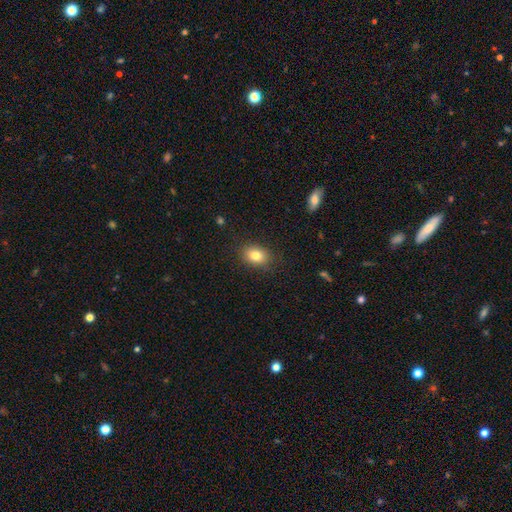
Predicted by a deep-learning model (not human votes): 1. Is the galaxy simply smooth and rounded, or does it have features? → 81% smooth, 10% star or artifact, 9% featured or disk.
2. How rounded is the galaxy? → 67% in between, 32% round, 1% cigar-shaped.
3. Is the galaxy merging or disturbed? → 87% none, 10% minor disturbance, 3% major disturbance, 1% merger.